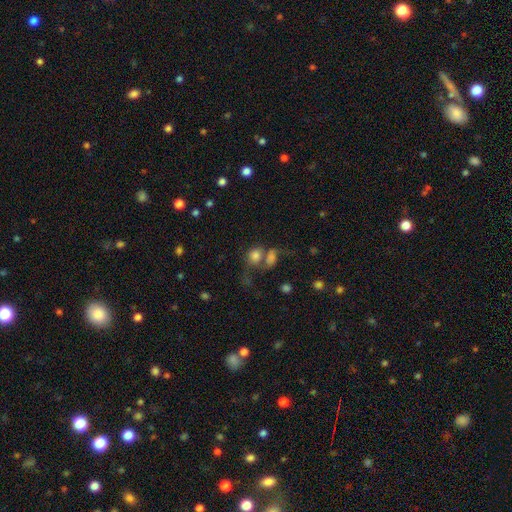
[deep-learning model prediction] The model was most divided on "merging": merger: 45%, none: 32%, minor disturbance: 12%, major disturbance: 11%. More confident: smooth or featured — smooth (76%); how rounded — round (59%).